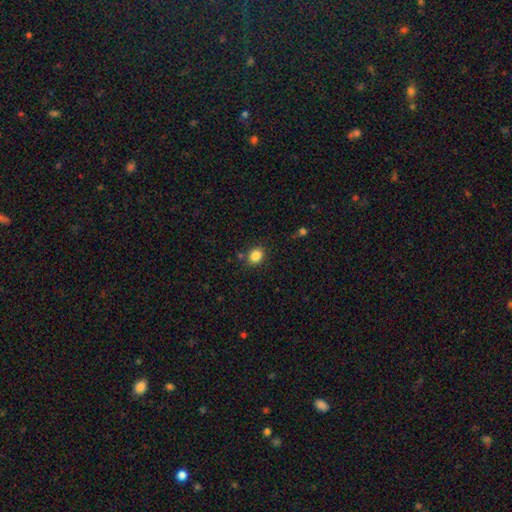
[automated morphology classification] A smooth galaxy with no disk features (85%) that is round (54%).

Vote fractions:
- Smooth or featured? smooth: 85% / star or artifact: 11% / featured or disk: 5%
- How rounded? round: 54% / in between: 45% / cigar-shaped: 1%
- Merging? none: 81% / minor disturbance: 11% / merger: 5% / major disturbance: 3%